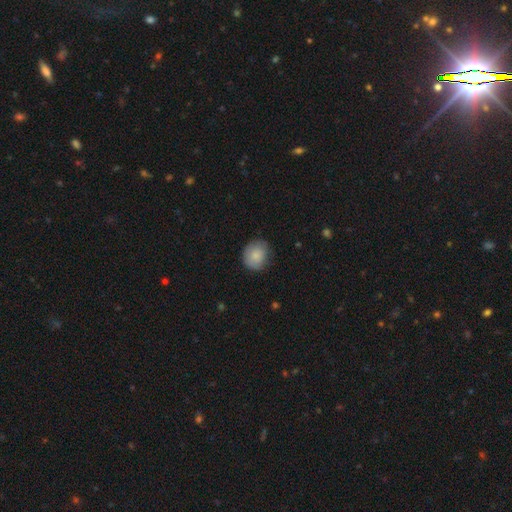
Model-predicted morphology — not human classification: The model was most divided on "how rounded": round: 74%, in between: 25%, cigar-shaped: 1%. More confident: smooth or featured — smooth (85%); merging — none (76%).